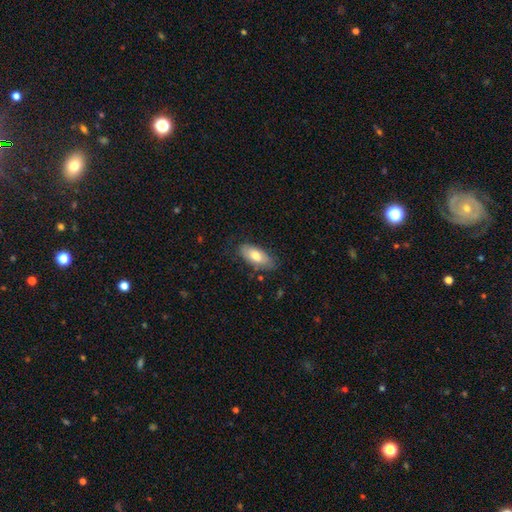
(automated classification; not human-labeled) This is likely a smooth galaxy (74%). How rounded: clearly in between (87%). Merging: likely none (79%).